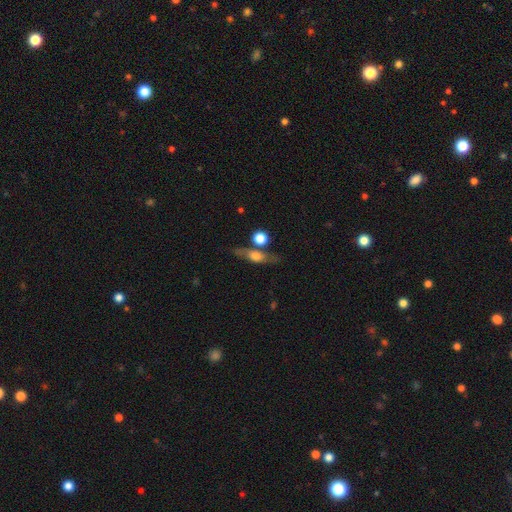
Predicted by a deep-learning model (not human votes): Morphology: type=featured or disk (49%); merging=none (66%).